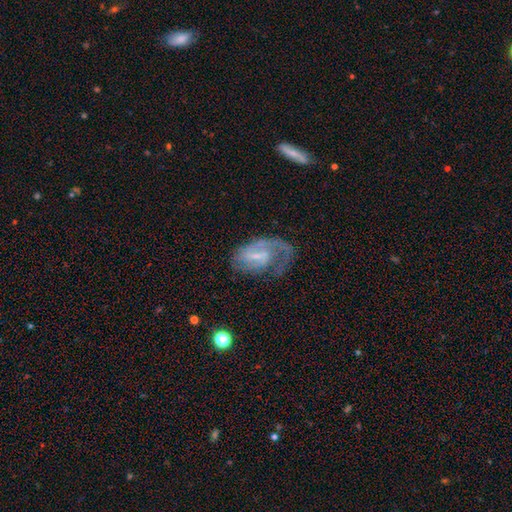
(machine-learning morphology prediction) Smooth or featured? featured or disk (77%)
Edge-on disk? no (96%)
Bar? weak (53%)
Spiral arms? yes (87%)
Spiral winding? medium (43%)
Spiral arm count? 1 (47%)
Bulge size? small (54%)
Merging? none (42%)